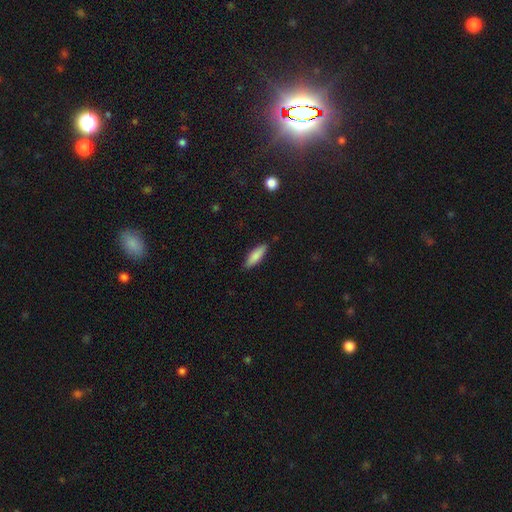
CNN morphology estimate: smooth 83%, featured or disk 11%, star or artifact 6%. Down the decision tree: how rounded — cigar-shaped (50%); merging — none (85%).